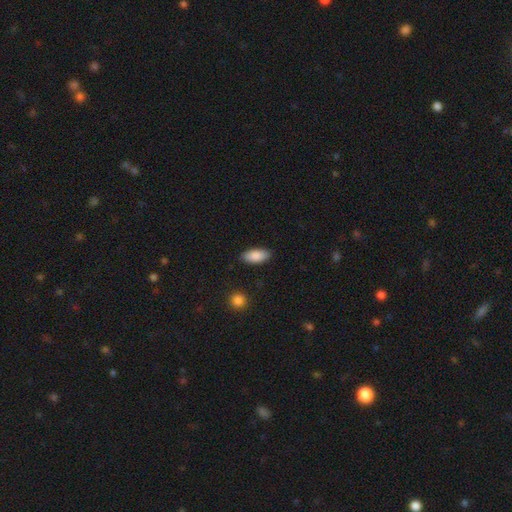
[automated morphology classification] A smooth galaxy with no disk features (88%) that is in between round and cigar-shaped (89%). Merging: none (88%).